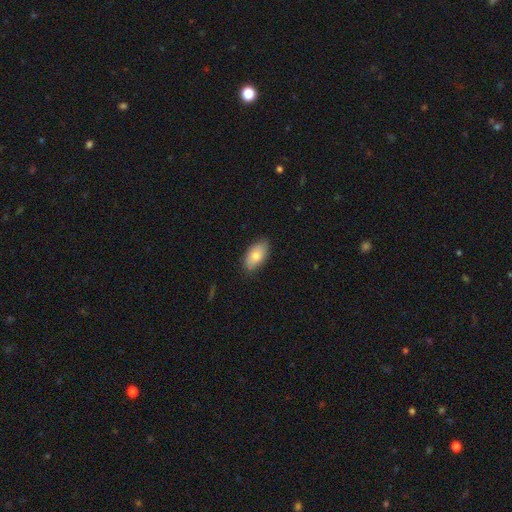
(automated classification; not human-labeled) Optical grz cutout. It shows a smooth galaxy with no disk features (79%) that is in between round and cigar-shaped (93%). Merging: none (83%).